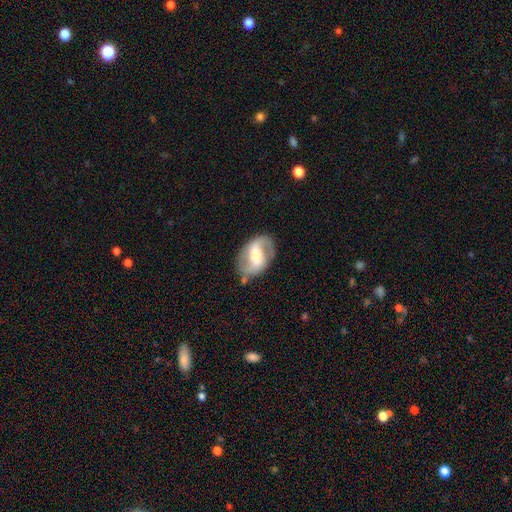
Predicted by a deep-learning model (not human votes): smooth_or_featured: featured or disk (p=0.77) [alt: smooth p=0.18]
disk_edge_on: no (p=0.97) [alt: yes p=0.03]
bar: strong (p=0.44) [alt: weak p=0.37]
has_spiral_arms: yes (p=0.87) [alt: no p=0.13]
spiral_winding: medium (p=0.46) [alt: loose p=0.34]
spiral_arm_count: 2 (p=0.89) [alt: can't tell p=0.05]
bulge_size: moderate (p=0.43) [alt: small p=0.34]
merging: none (p=0.74) [alt: minor disturbance p=0.16]